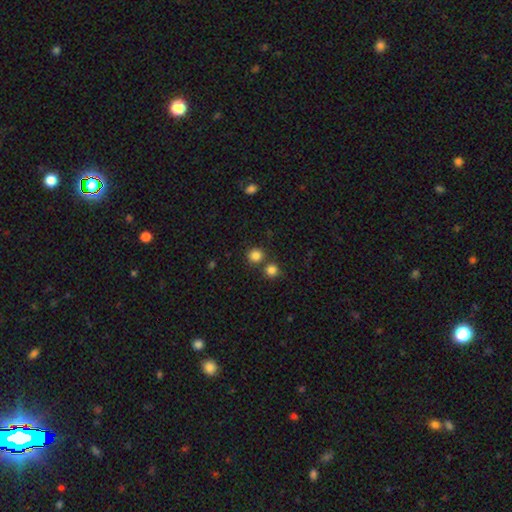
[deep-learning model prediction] Smooth or featured?
  - smooth: 83% *
  - star or artifact: 13%
  - featured or disk: 5%
How rounded?
  - round: 91% *
  - in between: 8%
  - cigar-shaped: 1%
Merging?
  - none: 74% *
  - merger: 16%
  - minor disturbance: 7%
  - major disturbance: 3%